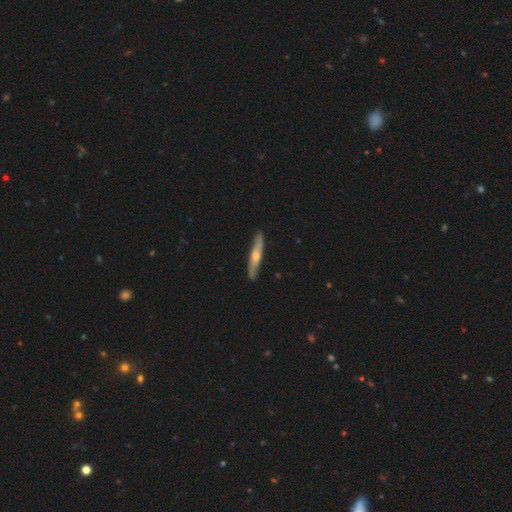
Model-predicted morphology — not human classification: Smooth or featured?
  - featured or disk: 60% *
  - smooth: 35%
  - star or artifact: 5%
Edge-on disk?
  - yes: 87% *
  - no: 13%
Edge-on bulge?
  - rounded: 82% *
  - none: 14%
  - boxy: 4%
Merging?
  - none: 87% *
  - minor disturbance: 10%
  - major disturbance: 2%
  - merger: 1%